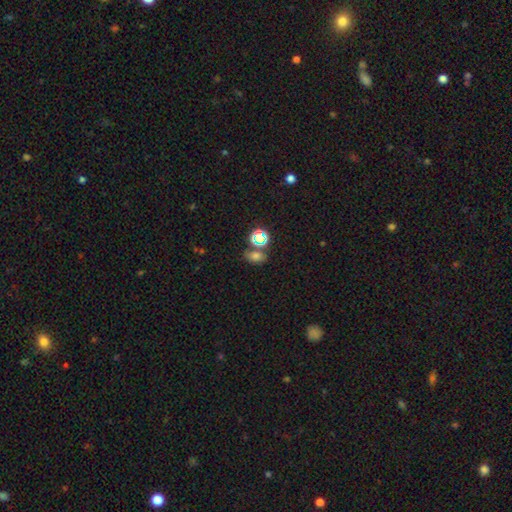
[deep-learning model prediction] smooth 60%, star or artifact 31%, featured or disk 10%. Down the decision tree: how rounded — in between (68%); merging — none (66%).